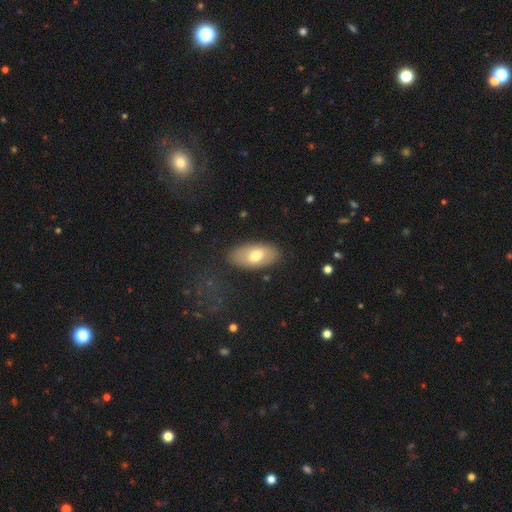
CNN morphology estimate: smooth 66%, featured or disk 27%, star or artifact 6%. Down the decision tree: how rounded — in between (93%); merging — none (84%).